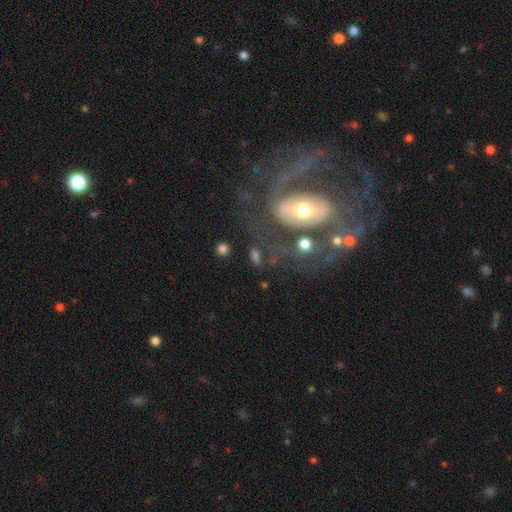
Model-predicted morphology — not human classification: The model was most divided on "smooth or featured": smooth: 45%, featured or disk: 42%, star or artifact: 13%. More confident: merging — none (57%).